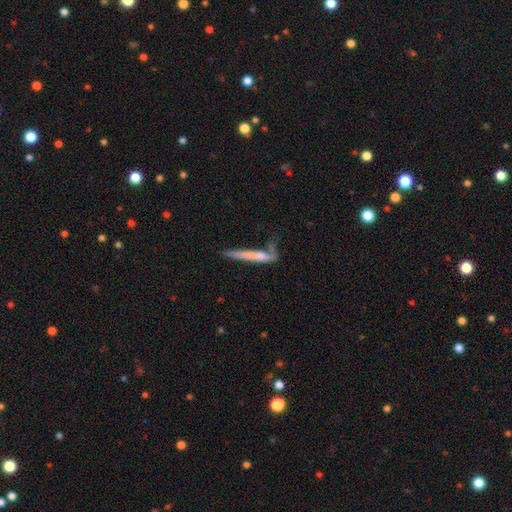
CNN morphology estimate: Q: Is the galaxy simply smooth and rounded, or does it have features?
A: smooth — 56%.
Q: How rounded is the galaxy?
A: cigar-shaped — 94%.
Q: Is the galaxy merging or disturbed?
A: none — 51%.